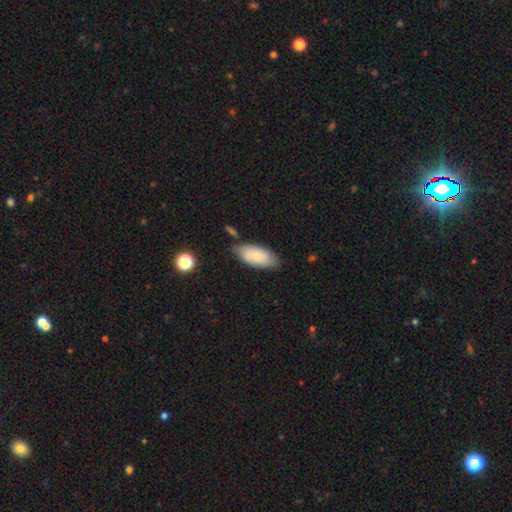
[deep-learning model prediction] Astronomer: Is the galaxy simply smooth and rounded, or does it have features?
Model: smooth — 72%.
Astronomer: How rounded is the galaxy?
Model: in between — 90%.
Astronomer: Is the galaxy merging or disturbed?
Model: none — 70%.